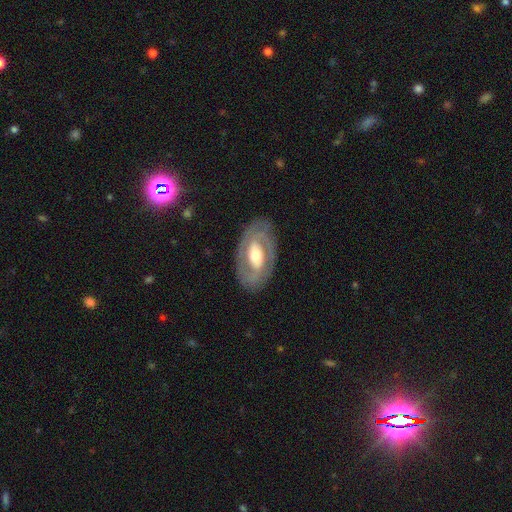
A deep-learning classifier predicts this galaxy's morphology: A featured or disk galaxy (76%) with a strong bar (34%), spiral arms (70%) and a moderate central bulge (60%). Merging: none (82%).